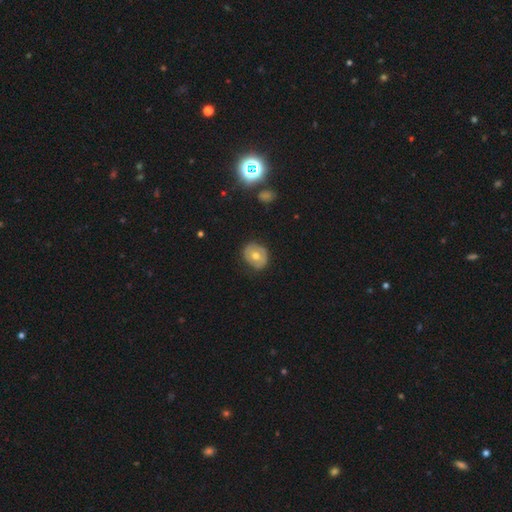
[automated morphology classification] A smooth galaxy with no disk features (52%) that is round (62%). Merging: none (81%).